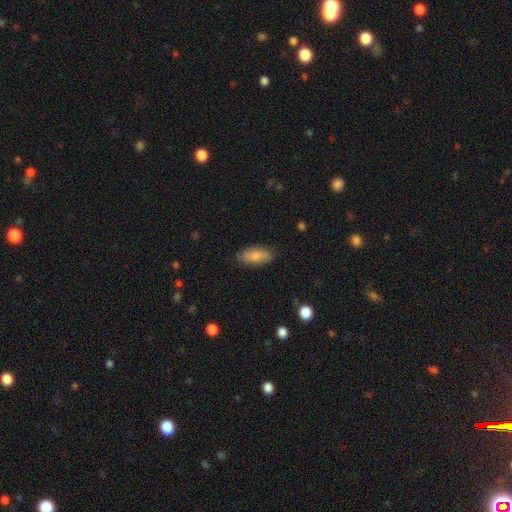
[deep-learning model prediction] The model was most divided on "merging": none: 81%, minor disturbance: 15%, major disturbance: 3%, merger: 1%. More confident: how rounded — in between (90%); smooth or featured — smooth (81%).